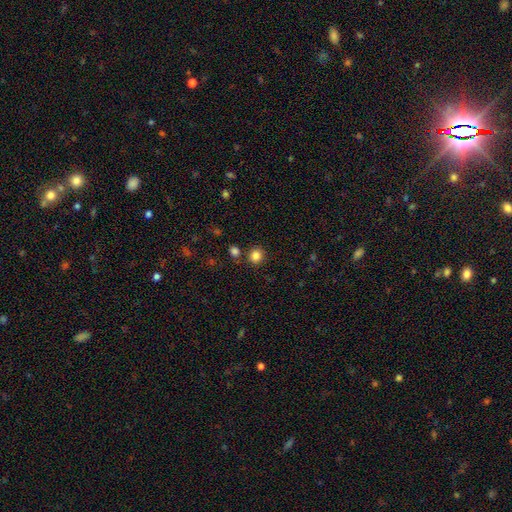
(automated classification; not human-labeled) Smooth or featured? smooth (84%)
How rounded? round (88%)
Merging? none (83%)